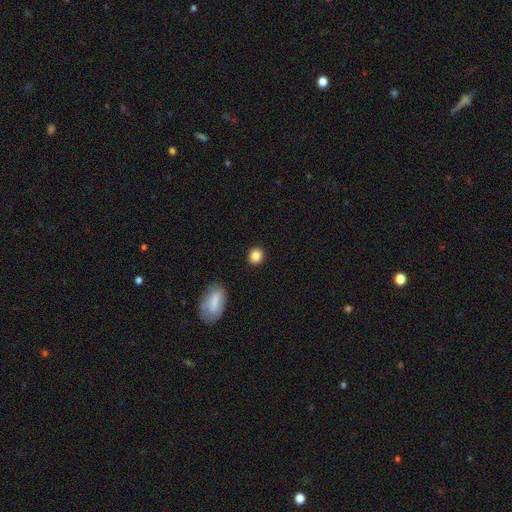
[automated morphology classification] Smooth or featured?
  - smooth: 85% *
  - star or artifact: 10%
  - featured or disk: 5%
How rounded?
  - round: 81% *
  - in between: 18%
  - cigar-shaped: 1%
Merging?
  - none: 90% *
  - minor disturbance: 7%
  - major disturbance: 2%
  - merger: 2%